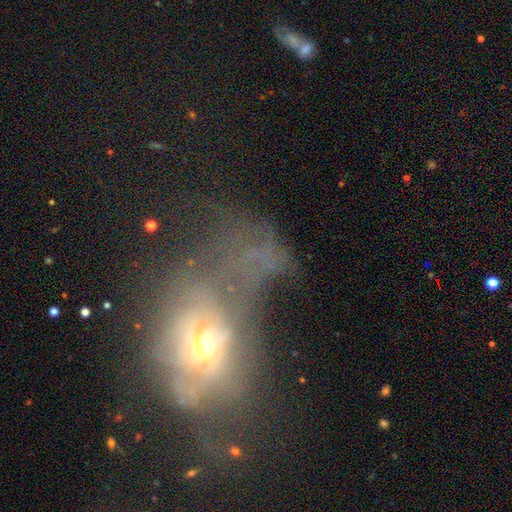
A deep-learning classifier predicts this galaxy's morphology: A featured or disk galaxy (43%). Merging: major disturbance (58%).